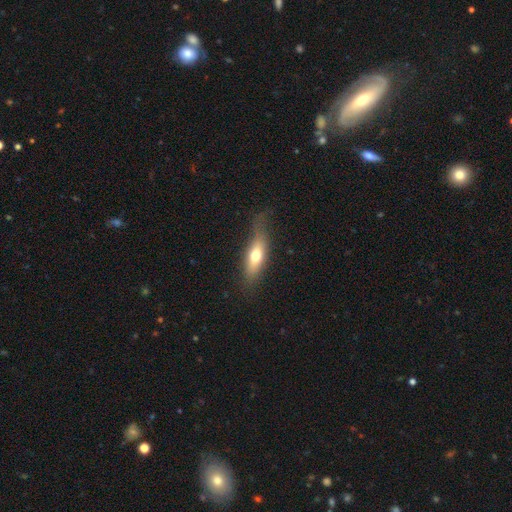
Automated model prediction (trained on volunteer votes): Morphology: type=smooth (62%); roundness=in between (56%); merging=none (62%).